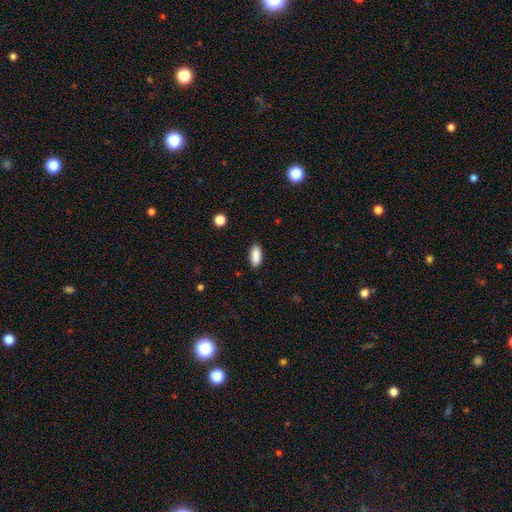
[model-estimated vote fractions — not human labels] Smooth or featured?
  - smooth: 89% *
  - star or artifact: 7%
  - featured or disk: 4%
How rounded?
  - in between: 84% *
  - cigar-shaped: 14%
  - round: 2%
Merging?
  - none: 88% *
  - minor disturbance: 9%
  - major disturbance: 2%
  - merger: 1%